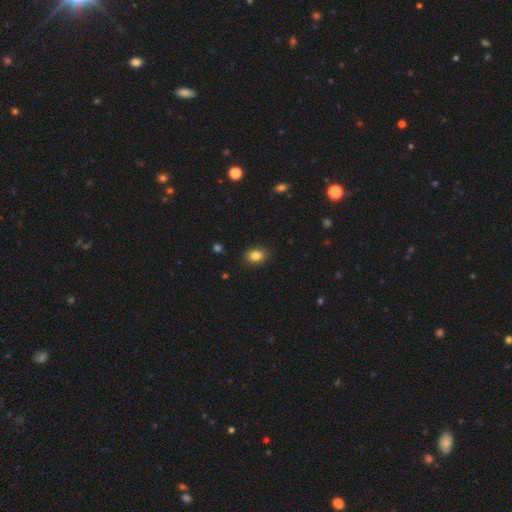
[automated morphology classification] Q: Smooth or featured?
A: smooth (83%); runner-up: star or artifact (10%)
Q: How rounded?
A: in between (59%); runner-up: round (40%)
Q: Merging?
A: none (87%); runner-up: minor disturbance (10%)